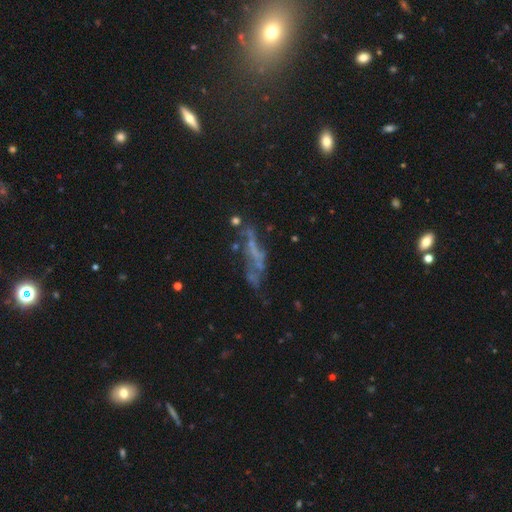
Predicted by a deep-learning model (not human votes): smooth-or-featured: featured or disk: 53% | star or artifact: 24% | smooth: 23%
  disk-edge-on: no: 77% | yes: 23%
  merging: none: 38% | major disturbance: 29% | minor disturbance: 18% | merger: 15%